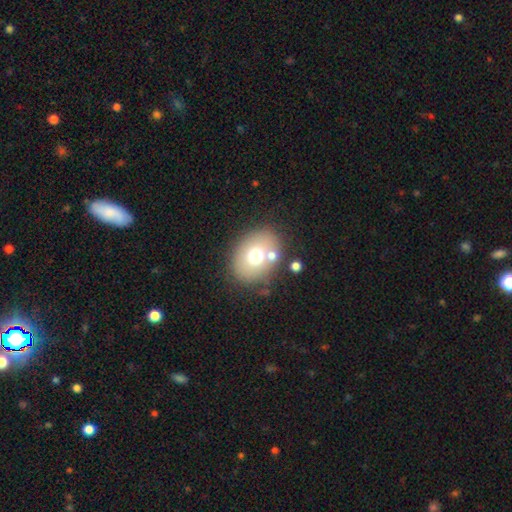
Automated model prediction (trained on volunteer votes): This is likely a smooth galaxy (66%). How rounded: possibly in between (55%). Merging: likely none (73%).